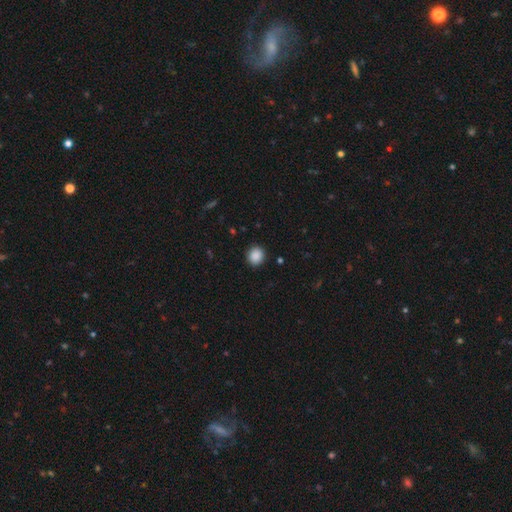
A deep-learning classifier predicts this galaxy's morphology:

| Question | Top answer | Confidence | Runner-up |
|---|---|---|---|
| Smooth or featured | smooth | 89% | star or artifact (9%) |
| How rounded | round | 87% | in between (12%) |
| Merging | none | 90% | minor disturbance (7%) |